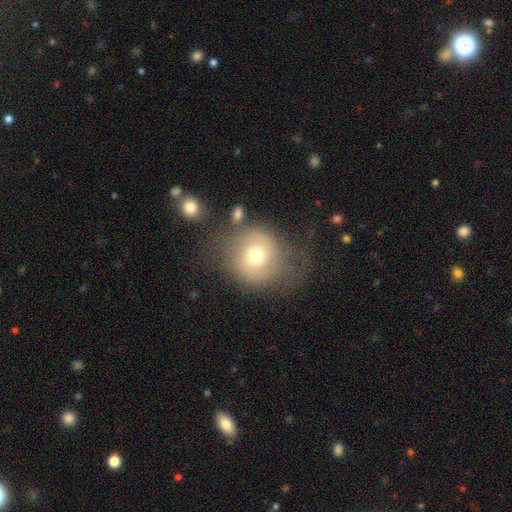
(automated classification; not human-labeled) smooth_or_featured: smooth (p=0.64) [alt: featured or disk p=0.25]
how_rounded: round (p=0.85) [alt: in between p=0.14]
merging: none (p=0.55) [alt: minor disturbance p=0.22]